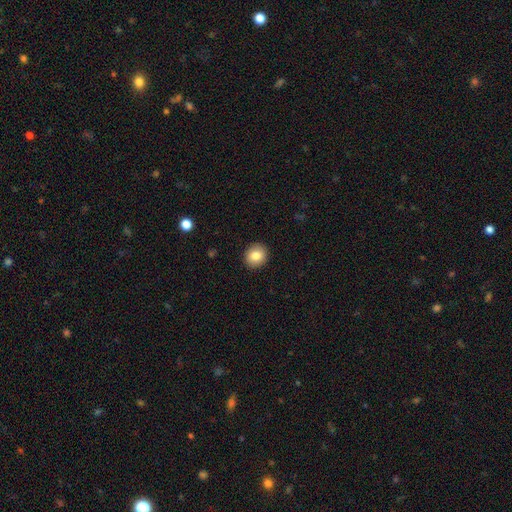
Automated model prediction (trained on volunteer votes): Q: Smooth or featured?
A: smooth (83%); runner-up: star or artifact (9%)
Q: How rounded?
A: round (78%); runner-up: in between (21%)
Q: Merging?
A: none (92%); runner-up: minor disturbance (6%)